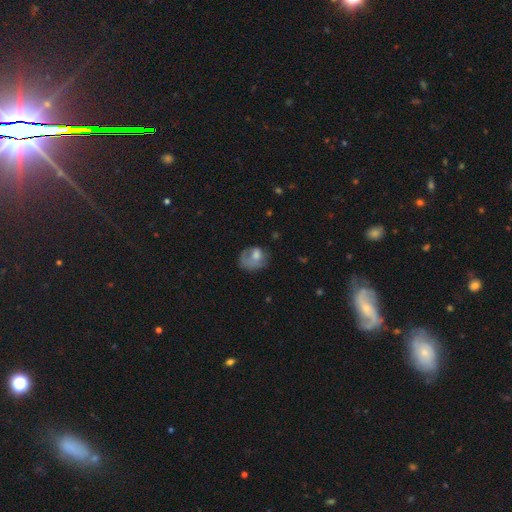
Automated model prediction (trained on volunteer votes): Q: Smooth or featured?
A: smooth (56%); runner-up: featured or disk (34%)
Q: How rounded?
A: round (51%); runner-up: in between (48%)
Q: Merging?
A: none (38%); runner-up: major disturbance (32%)